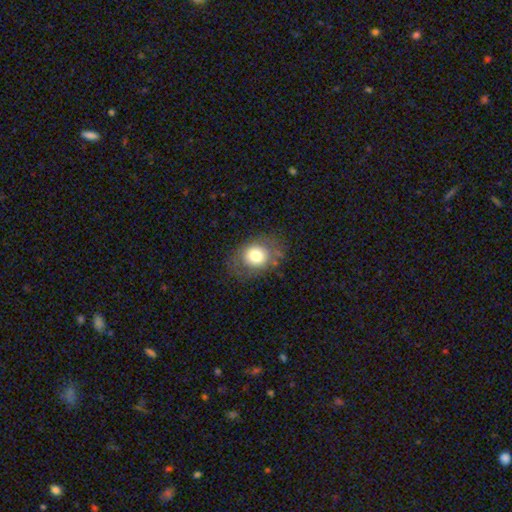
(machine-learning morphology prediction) Smooth or featured?
  - smooth: 71% *
  - featured or disk: 19%
  - star or artifact: 10%
How rounded?
  - round: 52% *
  - in between: 47%
  - cigar-shaped: 1%
Merging?
  - none: 74% *
  - minor disturbance: 16%
  - major disturbance: 8%
  - merger: 2%